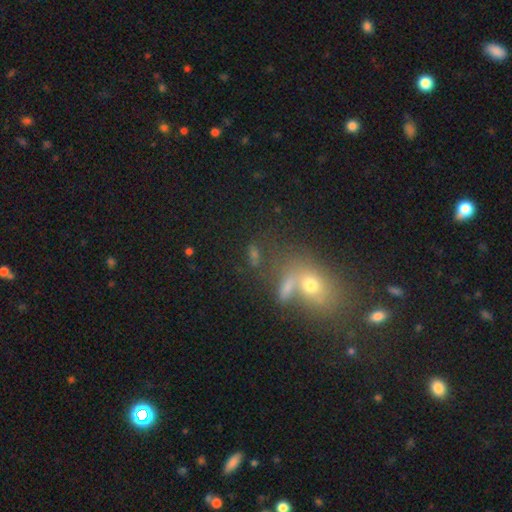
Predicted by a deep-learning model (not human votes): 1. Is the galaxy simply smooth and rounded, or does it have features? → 56% smooth, 25% star or artifact, 20% featured or disk.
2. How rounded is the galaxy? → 62% in between, 25% round, 13% cigar-shaped.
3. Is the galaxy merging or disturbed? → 48% none, 30% merger, 13% minor disturbance, 9% major disturbance.